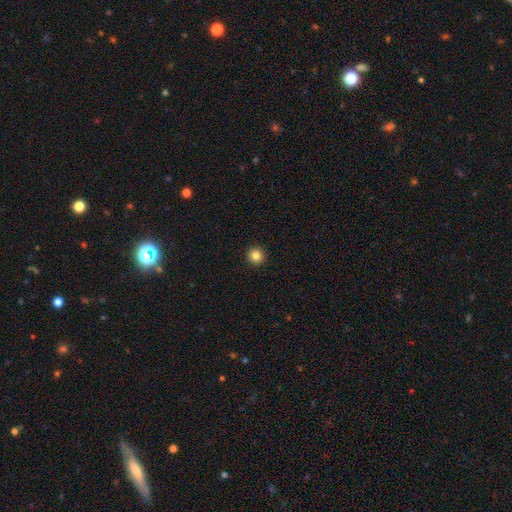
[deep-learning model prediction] smooth 85%, star or artifact 11%, featured or disk 4%. Down the decision tree: how rounded — round (95%); merging — none (94%).